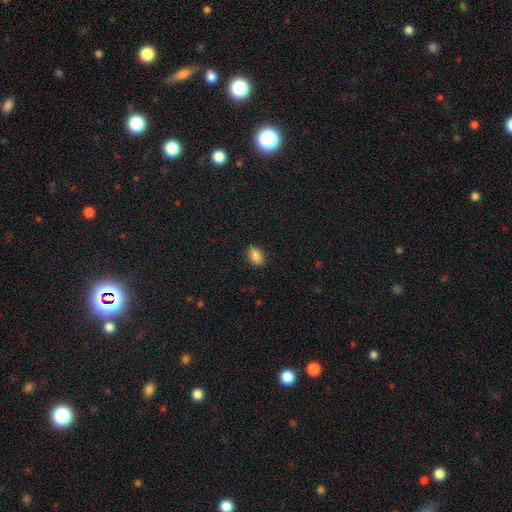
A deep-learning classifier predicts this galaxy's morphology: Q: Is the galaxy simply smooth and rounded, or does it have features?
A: smooth — 86%.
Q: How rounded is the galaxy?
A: in between — 82%.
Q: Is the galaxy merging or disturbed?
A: none — 86%.